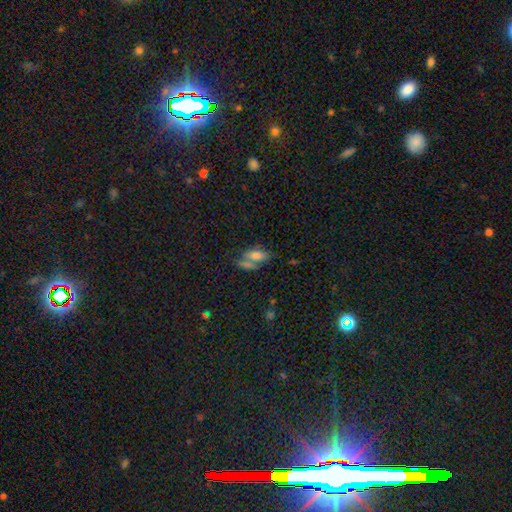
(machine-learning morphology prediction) This is likely a smooth galaxy (72%). How rounded: clearly in between (83%). Merging: marginally none (43%).